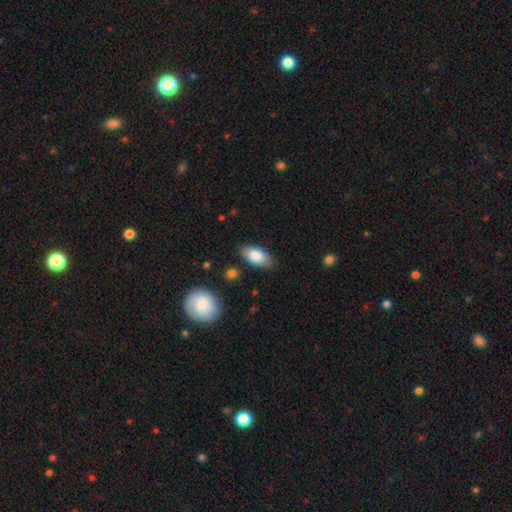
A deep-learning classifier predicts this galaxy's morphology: smooth 83%, featured or disk 10%, star or artifact 7%. Down the decision tree: how rounded — in between (91%); merging — none (84%).